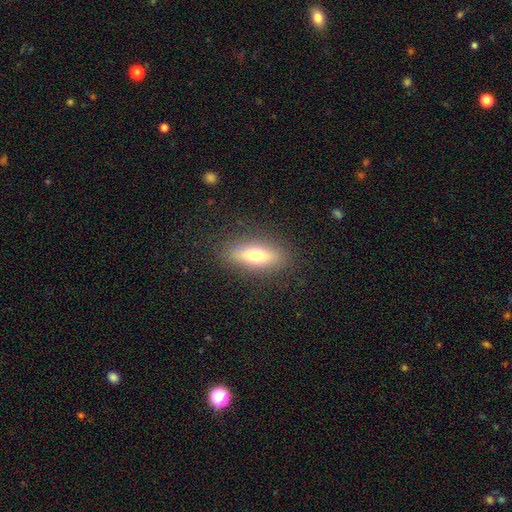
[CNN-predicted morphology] smooth 62%, featured or disk 31%, star or artifact 8%. Down the decision tree: how rounded — in between (53%); merging — none (87%).